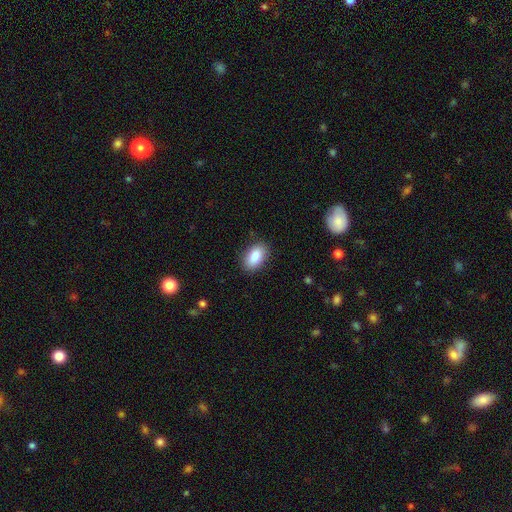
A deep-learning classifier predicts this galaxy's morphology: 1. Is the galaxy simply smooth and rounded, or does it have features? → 88% smooth, 7% star or artifact, 5% featured or disk.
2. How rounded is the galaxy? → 92% in between, 6% round, 2% cigar-shaped.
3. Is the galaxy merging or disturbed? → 86% none, 10% minor disturbance, 2% major disturbance, 1% merger.